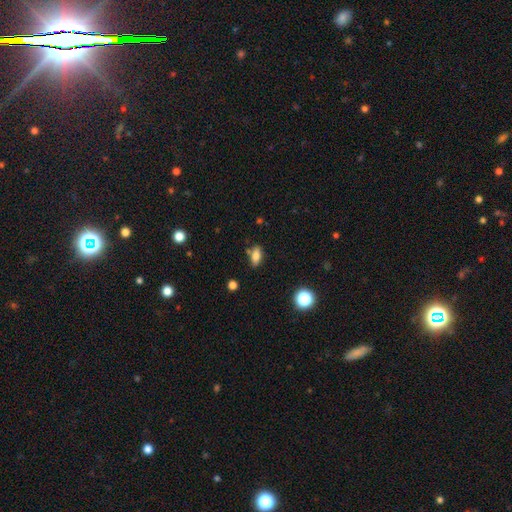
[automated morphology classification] type=smooth (80%); roundness=in between (84%); merging=none (74%).